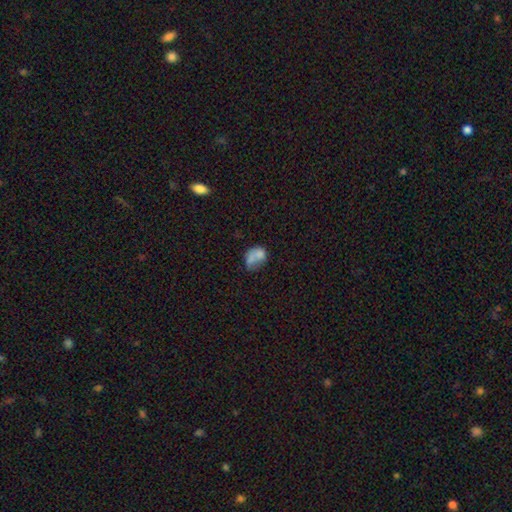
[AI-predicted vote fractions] smooth 71%, featured or disk 19%, star or artifact 11%. Down the decision tree: how rounded — in between (65%); merging — merger (31%).